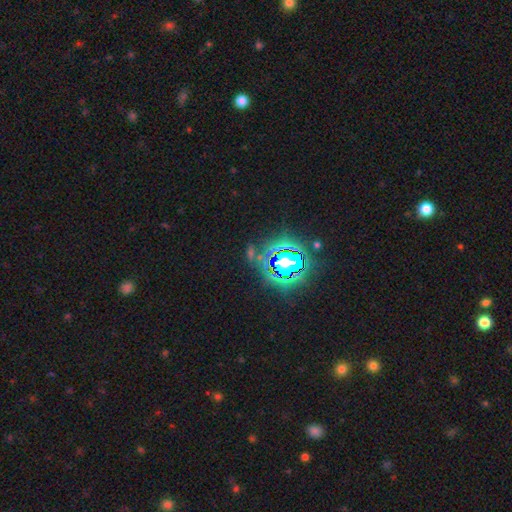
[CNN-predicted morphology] Smooth or featured: star or artifact — 77% (smooth — 14%)